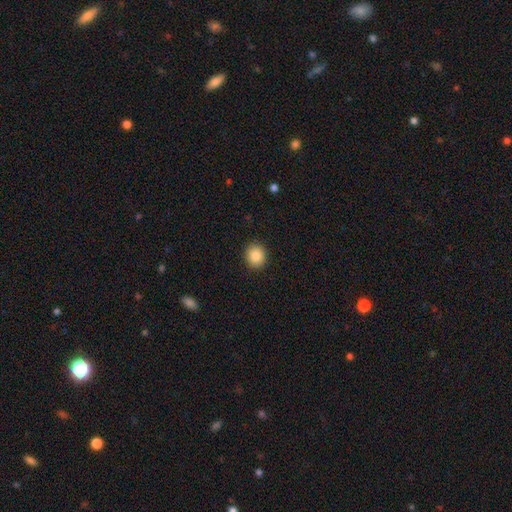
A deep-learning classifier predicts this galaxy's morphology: Smooth or featured? Predicted: smooth (p=0.88). How rounded? Predicted: round (p=0.80). Merging? Predicted: none (p=0.91).